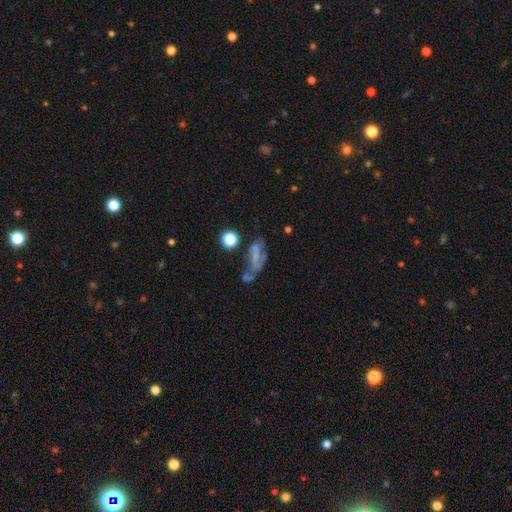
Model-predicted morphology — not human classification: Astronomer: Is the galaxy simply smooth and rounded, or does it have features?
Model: featured or disk — 41% (runner-up: smooth, 40%).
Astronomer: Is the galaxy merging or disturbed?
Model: major disturbance — 31% (runner-up: none, 29%).